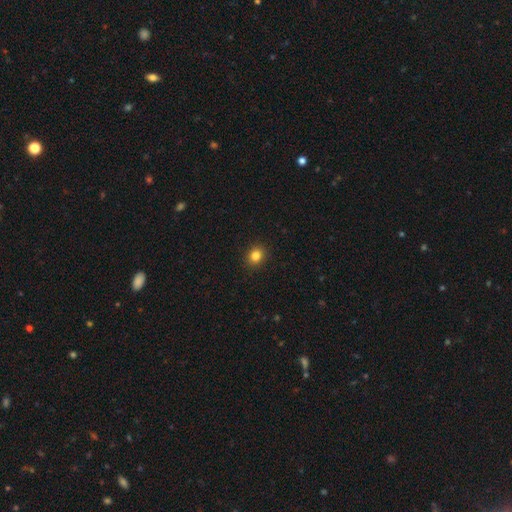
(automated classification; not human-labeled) The model was most divided on "how rounded": round: 74%, in between: 25%, cigar-shaped: 1%. More confident: merging — none (91%); smooth or featured — smooth (83%).